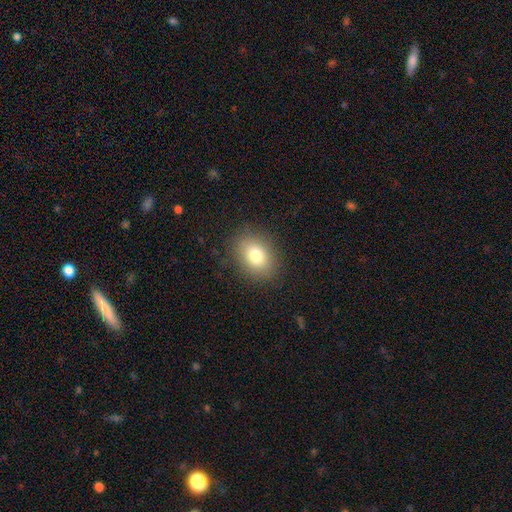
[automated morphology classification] smooth 80%, star or artifact 10%, featured or disk 10%. Down the decision tree: how rounded — in between (64%); merging — none (86%).